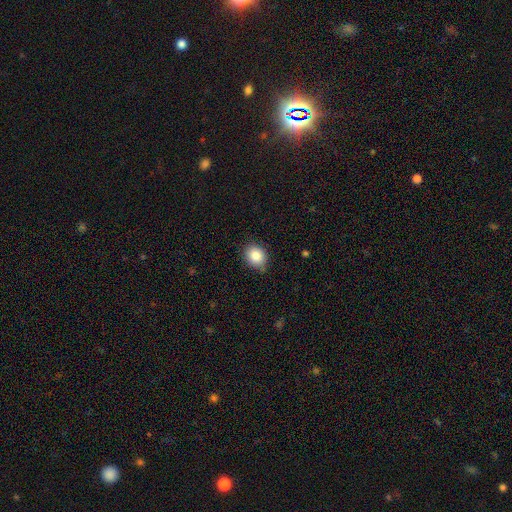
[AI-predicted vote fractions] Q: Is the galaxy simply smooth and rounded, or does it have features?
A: smooth — 86%.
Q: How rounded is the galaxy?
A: round — 57%.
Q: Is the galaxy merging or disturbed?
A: none — 81%.